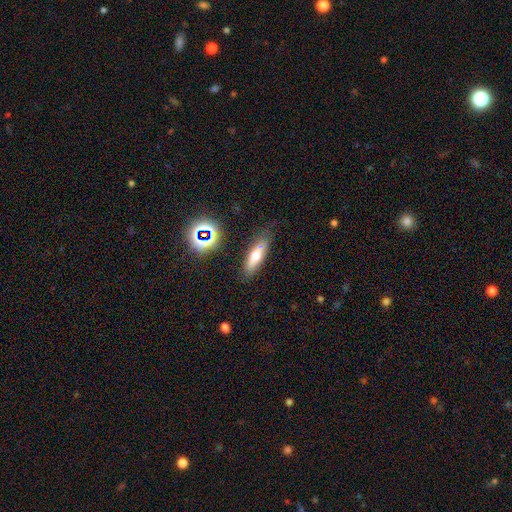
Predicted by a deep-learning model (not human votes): smooth-or-featured: smooth: 53% | featured or disk: 35% | star or artifact: 12%
  how-rounded: cigar-shaped: 56% | in between: 40% | round: 4%
  merging: none: 77% | minor disturbance: 15% | major disturbance: 4% | merger: 4%